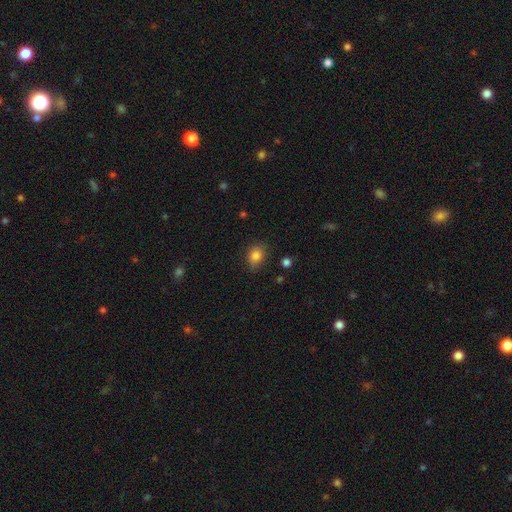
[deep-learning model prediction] smooth-or-featured: smooth: 83% | star or artifact: 11% | featured or disk: 6%
  how-rounded: in between: 54% | round: 45% | cigar-shaped: 1%
  merging: none: 78% | minor disturbance: 17% | major disturbance: 4% | merger: 2%